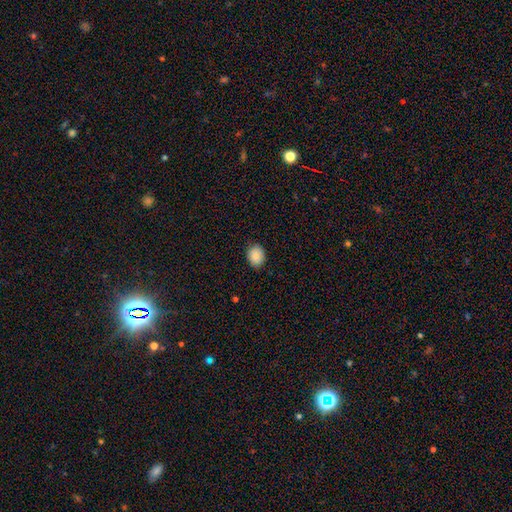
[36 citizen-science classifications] Smooth or featured? 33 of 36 (92%) said smooth. How rounded? 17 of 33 (52%) said in between. Merging? 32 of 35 (91%) said none.